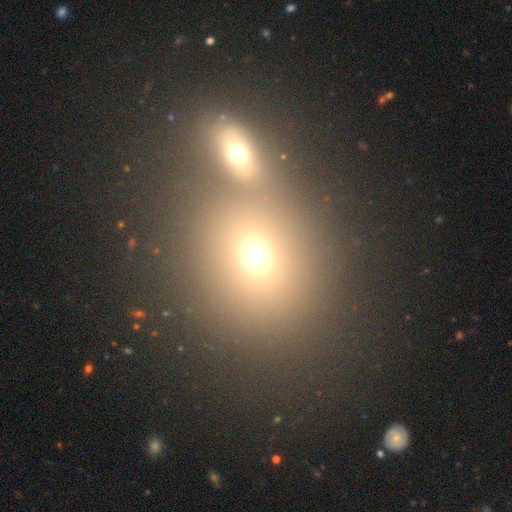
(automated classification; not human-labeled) Smooth or featured? Predicted: smooth (p=0.67). How rounded? Predicted: round (p=0.72). Merging? Predicted: none (p=0.49).